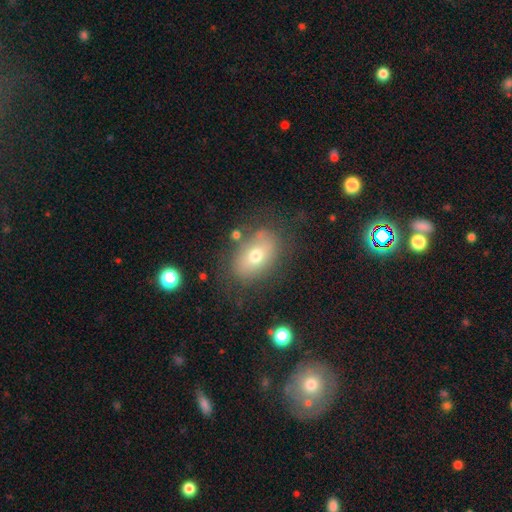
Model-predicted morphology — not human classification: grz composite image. It shows a smooth galaxy with no disk features (61%) that is in between round and cigar-shaped (80%). Merging: none (71%).